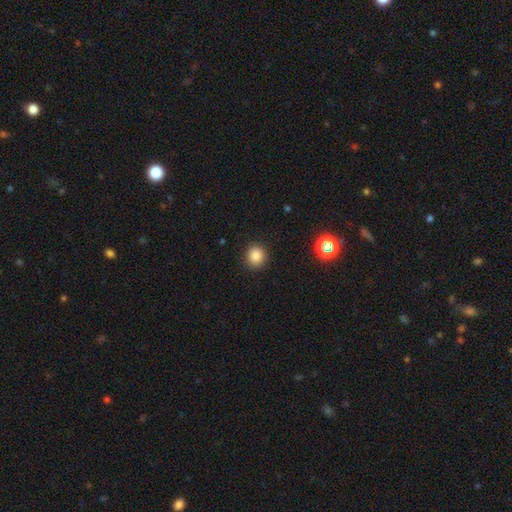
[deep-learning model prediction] This appears to be a smooth galaxy with no disk features (85%) that is round (86%). Merging: none (90%).